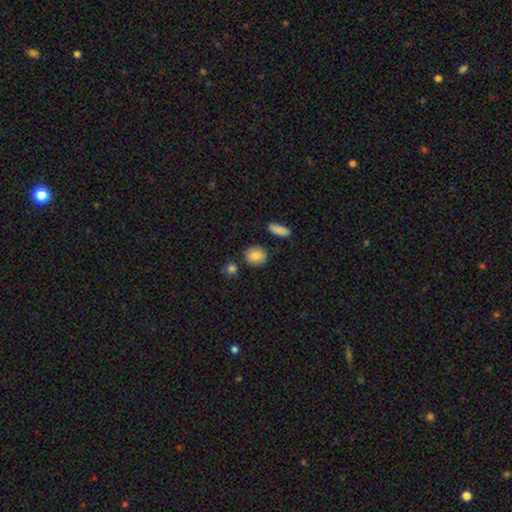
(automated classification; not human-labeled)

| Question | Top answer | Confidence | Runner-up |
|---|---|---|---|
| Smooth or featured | smooth | 85% | star or artifact (8%) |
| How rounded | round | 65% | in between (33%) |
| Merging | none | 83% | minor disturbance (10%) |